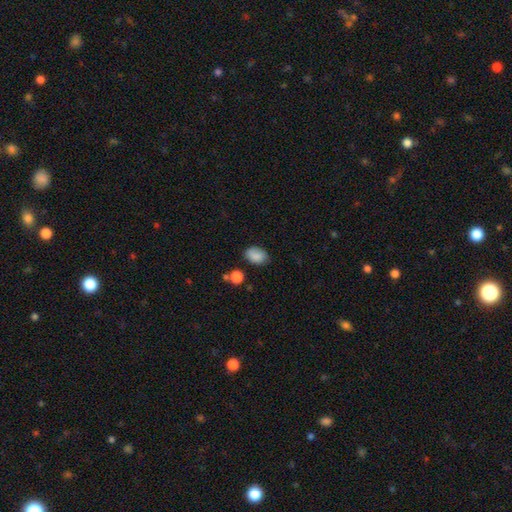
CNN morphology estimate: smooth 86%, star or artifact 8%, featured or disk 5%. Down the decision tree: how rounded — in between (79%); merging — none (77%).